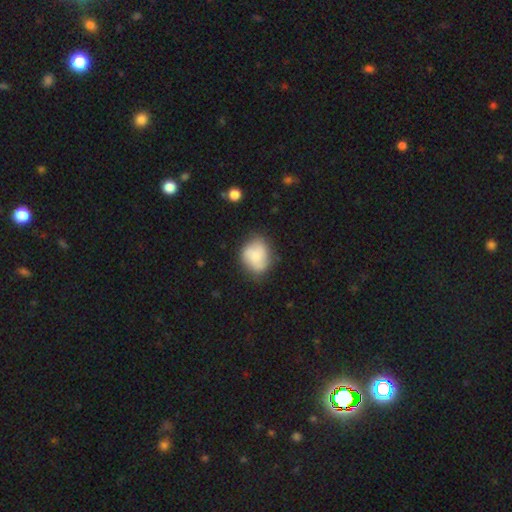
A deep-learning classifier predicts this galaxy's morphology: smooth 75%, featured or disk 17%, star or artifact 8%. Down the decision tree: how rounded — round (51%); merging — none (58%).